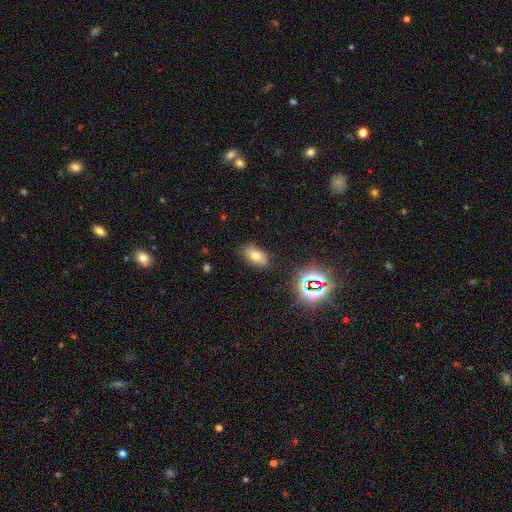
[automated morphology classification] This appears to be a smooth galaxy with no disk features (67%) that is in between round and cigar-shaped (89%). Merging: none (82%).